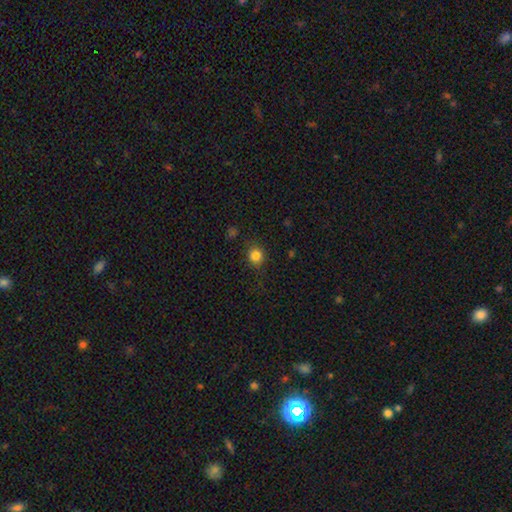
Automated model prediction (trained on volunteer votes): Smooth or featured? Predicted: smooth (p=0.83). How rounded? Predicted: round (p=0.86). Merging? Predicted: none (p=0.83).